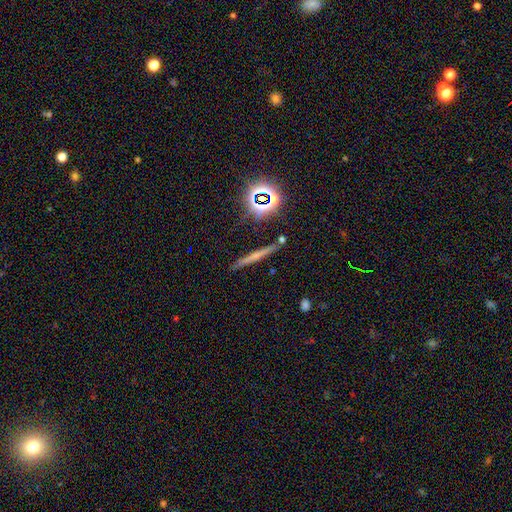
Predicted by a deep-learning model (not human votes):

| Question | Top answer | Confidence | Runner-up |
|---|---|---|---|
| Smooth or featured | featured or disk | 39% | tied: smooth (39%) |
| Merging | none | 86% | minor disturbance (9%) |